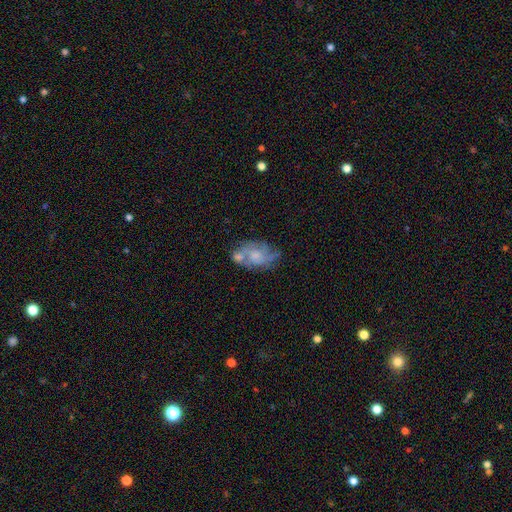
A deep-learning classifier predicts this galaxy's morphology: A featured or disk galaxy (59%) with no bar (80%), spiral arms (57%) and a moderate central bulge (38%). Merging: none (42%).